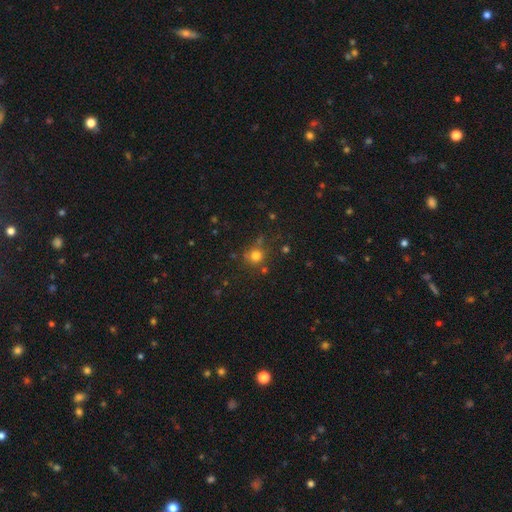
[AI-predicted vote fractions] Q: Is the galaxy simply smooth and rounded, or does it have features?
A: smooth — 76%.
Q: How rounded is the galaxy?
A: round — 89%.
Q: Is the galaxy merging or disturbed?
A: none — 73%.